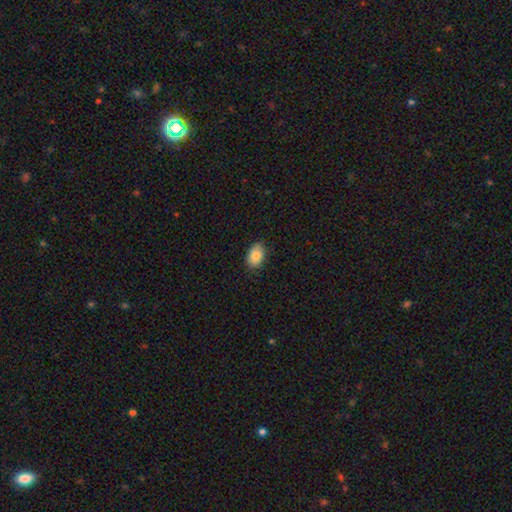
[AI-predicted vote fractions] smooth-or-featured: smooth: 84% | featured or disk: 8% | star or artifact: 8%
  how-rounded: in between: 85% | round: 13% | cigar-shaped: 1%
  merging: none: 81% | minor disturbance: 16% | major disturbance: 2% | merger: 1%